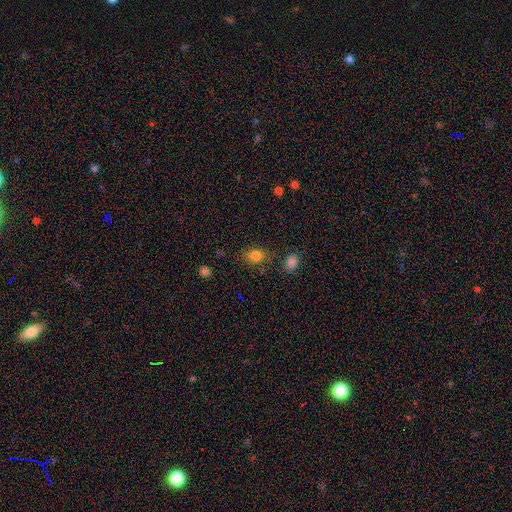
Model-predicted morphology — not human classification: This is clearly a smooth galaxy (81%). How rounded: possibly in between (59%). Merging: likely none (74%).